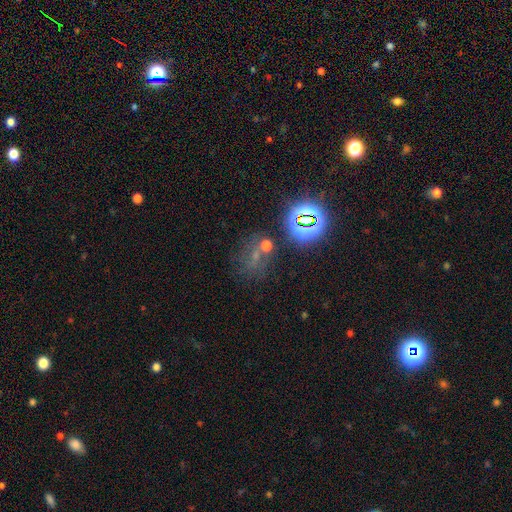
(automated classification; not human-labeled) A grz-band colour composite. It shows a star or artifact, not a galaxy (54%).